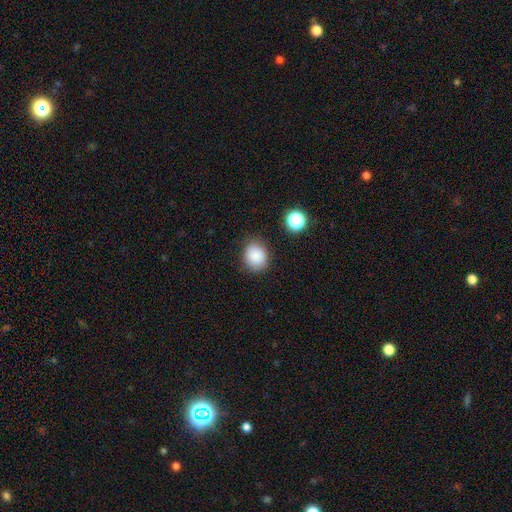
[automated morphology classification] Q: Smooth or featured?
A: smooth (86%); runner-up: star or artifact (10%)
Q: How rounded?
A: round (68%); runner-up: in between (31%)
Q: Merging?
A: none (83%); runner-up: minor disturbance (12%)